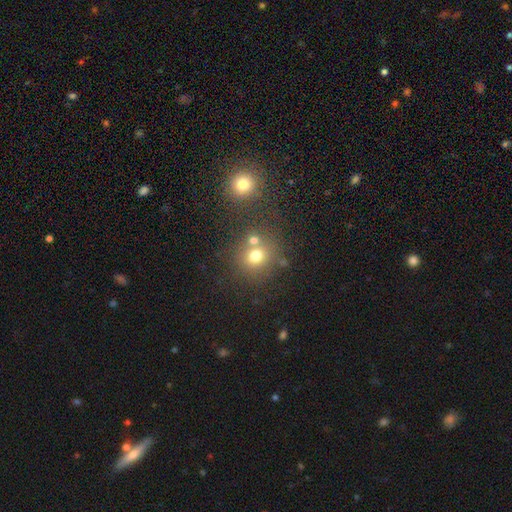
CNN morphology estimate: A smooth galaxy with no disk features (72%) that is round (82%).

Vote fractions:
- Smooth or featured? smooth: 72% / star or artifact: 17% / featured or disk: 11%
- How rounded? round: 82% / in between: 18% / cigar-shaped: 1%
- Merging? none: 57% / merger: 29% / minor disturbance: 9% / major disturbance: 5%